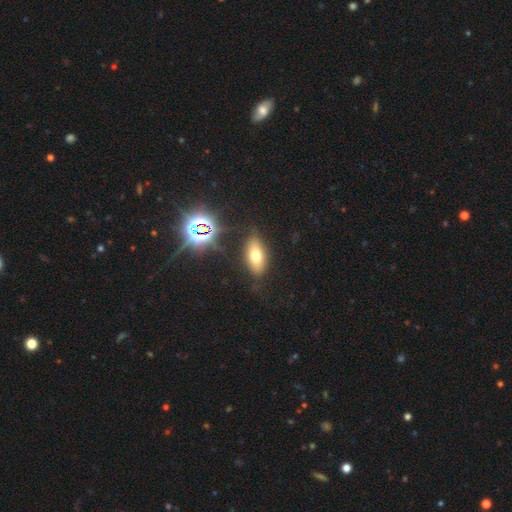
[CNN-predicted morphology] type=smooth (65%); roundness=in between (84%); merging=none (80%).